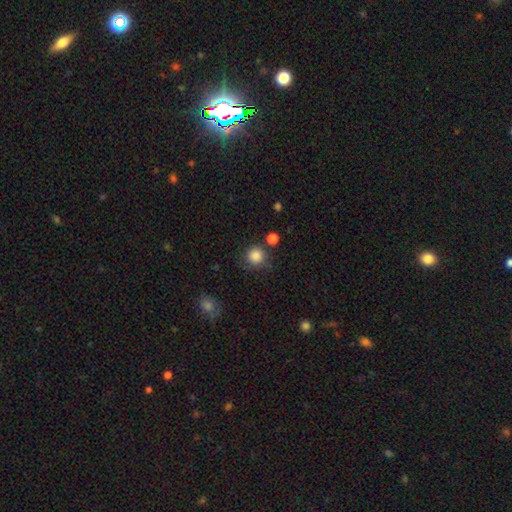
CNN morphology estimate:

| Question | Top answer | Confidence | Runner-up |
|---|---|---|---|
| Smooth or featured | smooth | 85% | star or artifact (11%) |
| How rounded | round | 93% | in between (6%) |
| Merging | none | 77% | minor disturbance (12%) |